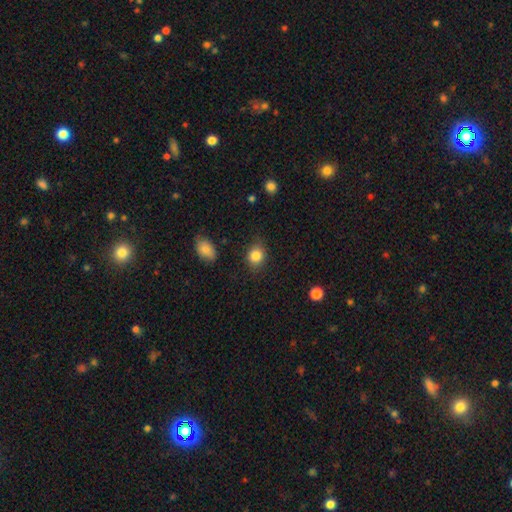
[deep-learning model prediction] smooth_or_featured: smooth (p=0.85) [alt: star or artifact p=0.09]
how_rounded: round (p=0.61) [alt: in between p=0.37]
merging: none (p=0.80) [alt: minor disturbance p=0.15]